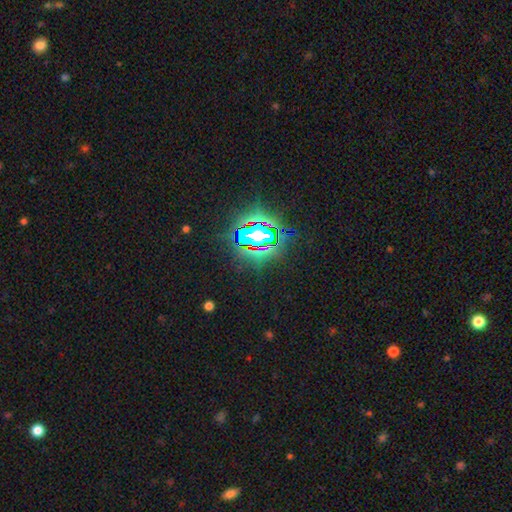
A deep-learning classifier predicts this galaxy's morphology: Q: Smooth or featured?
A: star or artifact (74%); runner-up: smooth (14%)